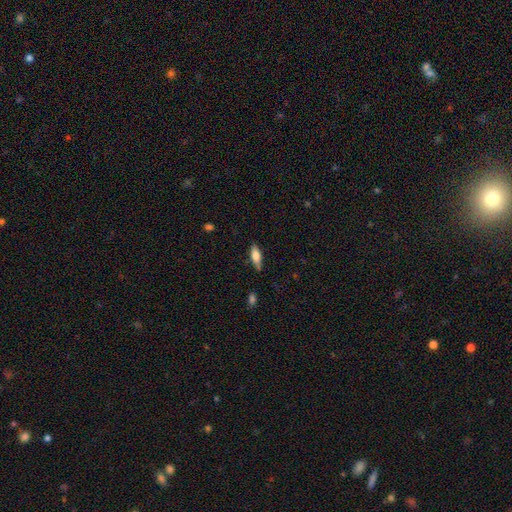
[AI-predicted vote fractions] This is likely a smooth galaxy (67%). How rounded: likely in between (61%). Merging: likely none (79%).